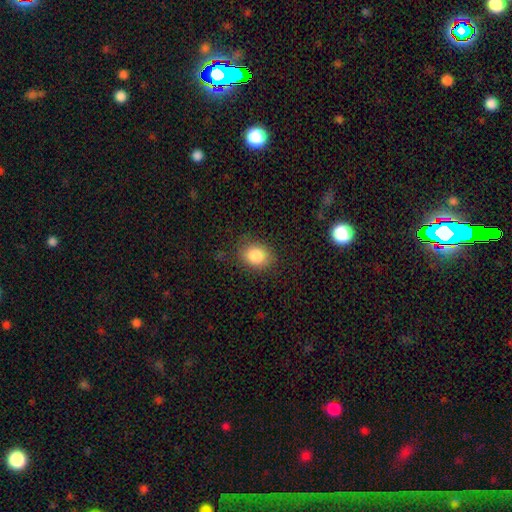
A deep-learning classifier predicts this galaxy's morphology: Smooth or featured? smooth (86%)
How rounded? in between (66%)
Merging? none (80%)